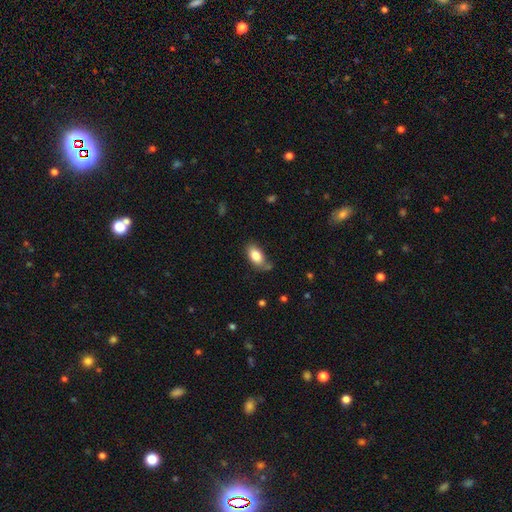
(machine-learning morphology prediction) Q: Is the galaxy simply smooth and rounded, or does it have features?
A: smooth — 84%.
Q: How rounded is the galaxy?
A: in between — 92%.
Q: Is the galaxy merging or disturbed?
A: none — 67%.